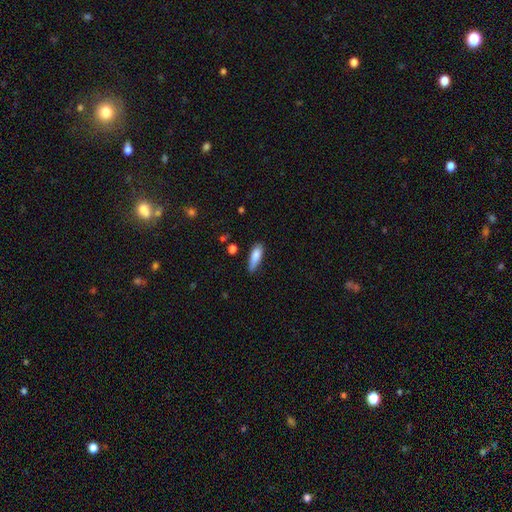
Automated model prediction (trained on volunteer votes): smooth-or-featured: smooth: 84% | featured or disk: 10% | star or artifact: 7%
  how-rounded: in between: 57% | cigar-shaped: 41% | round: 2%
  merging: none: 65% | minor disturbance: 28% | major disturbance: 5% | merger: 2%